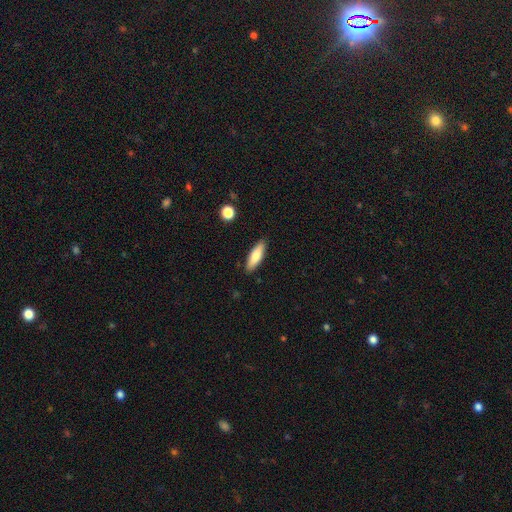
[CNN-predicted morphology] This is likely a smooth galaxy (77%). How rounded: possibly cigar-shaped (51%). Merging: clearly none (88%).